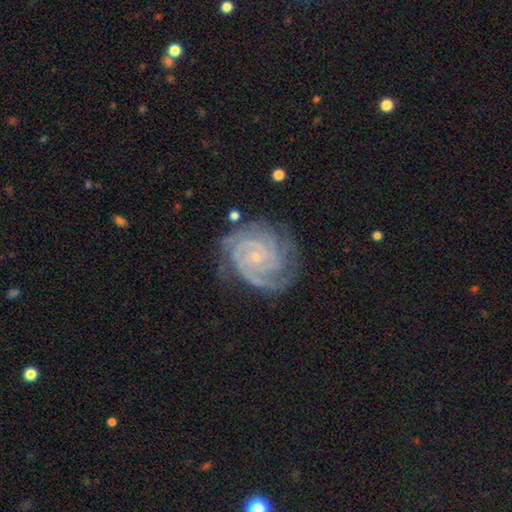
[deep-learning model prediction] Q: Smooth or featured?
A: featured or disk (91%); runner-up: star or artifact (5%)
Q: Edge-on disk?
A: no (98%); runner-up: yes (2%)
Q: Bar?
A: no (67%); runner-up: weak (25%)
Q: Spiral arms?
A: yes (99%); runner-up: no (1%)
Q: Spiral winding?
A: tight (80%); runner-up: medium (18%)
Q: Spiral arm count?
A: 3 (31%); runner-up: 2 (22%)
Q: Bulge size?
A: small (85%); runner-up: moderate (9%)
Q: Merging?
A: none (75%); runner-up: minor disturbance (17%)